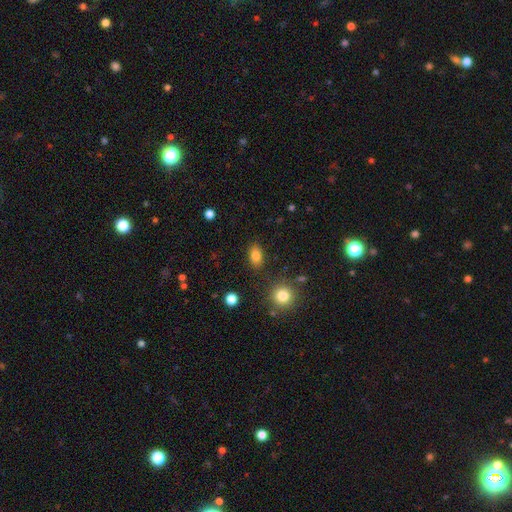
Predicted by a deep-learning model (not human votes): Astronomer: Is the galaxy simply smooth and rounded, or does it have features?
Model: smooth — 83%.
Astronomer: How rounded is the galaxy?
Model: in between — 84%.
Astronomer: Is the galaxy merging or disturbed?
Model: none — 84%.